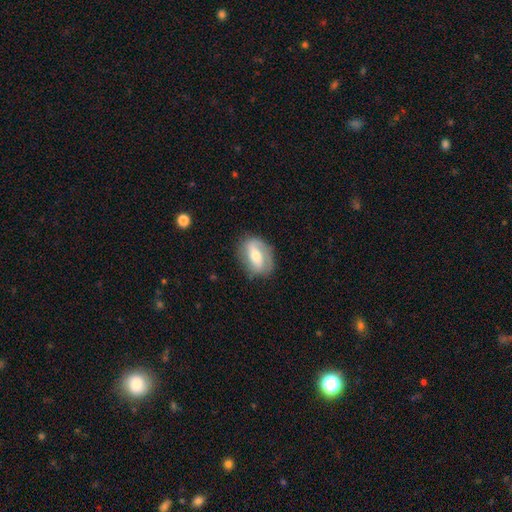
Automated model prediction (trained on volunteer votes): Smooth or featured?
  - featured or disk: 59% *
  - smooth: 34%
  - star or artifact: 7%
Edge-on disk?
  - no: 93% *
  - yes: 7%
Bar?
  - weak: 36% *
  - strong: 32%
  - no: 31%
Spiral arms?
  - yes: 75% *
  - no: 25%
Bulge size?
  - moderate: 64% *
  - small: 27%
  - large: 7%
  - none: 1%
  - dominant: 1%
Merging?
  - none: 73% *
  - minor disturbance: 19%
  - major disturbance: 7%
  - merger: 1%